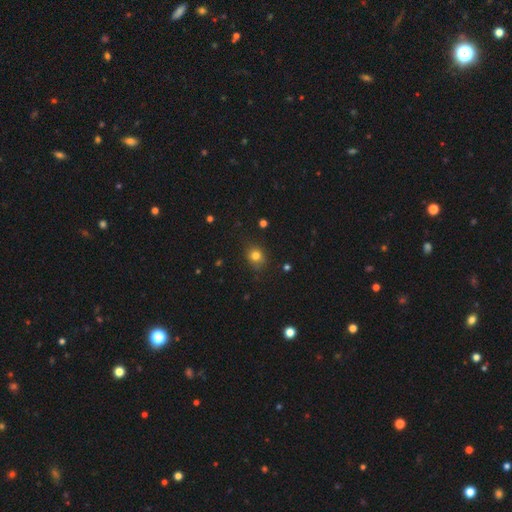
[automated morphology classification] smooth 79%, star or artifact 13%, featured or disk 8%. Down the decision tree: how rounded — round (68%); merging — none (79%).